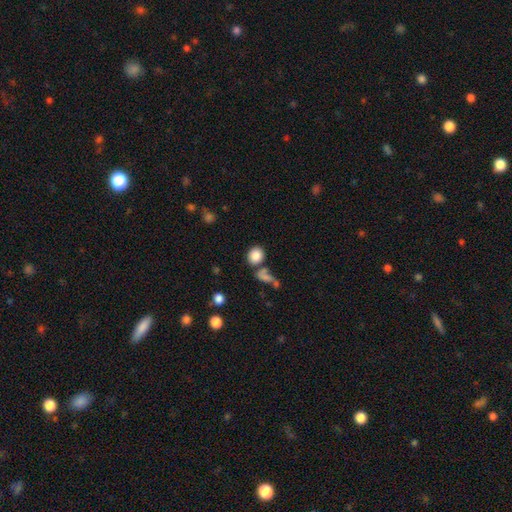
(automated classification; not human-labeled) Smooth or featured? Predicted: smooth (p=0.85). How rounded? Predicted: round (p=0.69). Merging? Predicted: none (p=0.64).